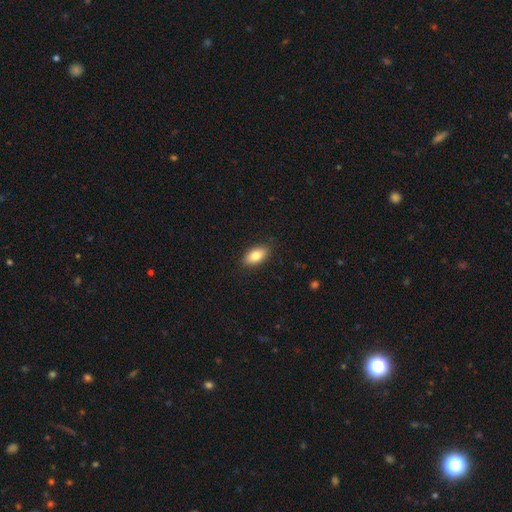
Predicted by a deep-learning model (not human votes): smooth 83%, featured or disk 10%, star or artifact 7%. Down the decision tree: how rounded — in between (91%); merging — none (87%).